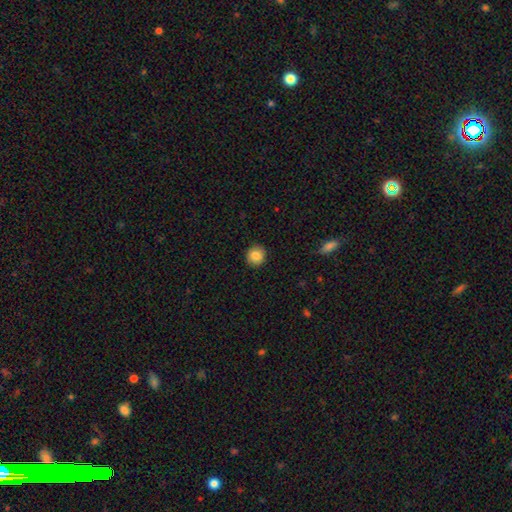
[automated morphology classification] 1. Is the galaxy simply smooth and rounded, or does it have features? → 86% smooth, 9% star or artifact, 5% featured or disk.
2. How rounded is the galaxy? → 90% round, 9% in between, 1% cigar-shaped.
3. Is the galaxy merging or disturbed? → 92% none, 5% minor disturbance, 2% major disturbance, 1% merger.